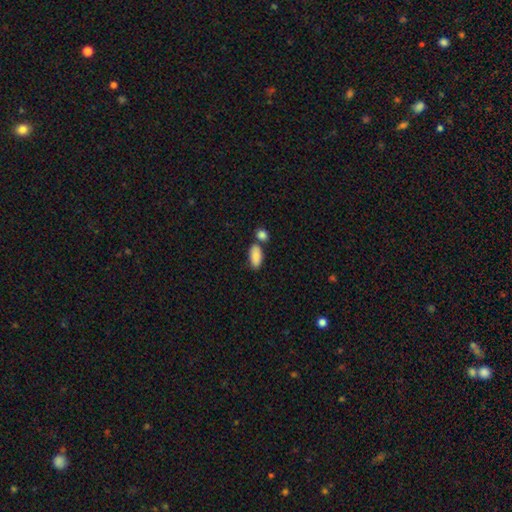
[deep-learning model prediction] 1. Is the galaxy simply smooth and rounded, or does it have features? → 88% smooth, 6% star or artifact, 6% featured or disk.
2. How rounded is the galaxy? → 91% in between, 6% cigar-shaped, 3% round.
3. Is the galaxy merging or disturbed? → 59% none, 25% merger, 12% minor disturbance, 4% major disturbance.